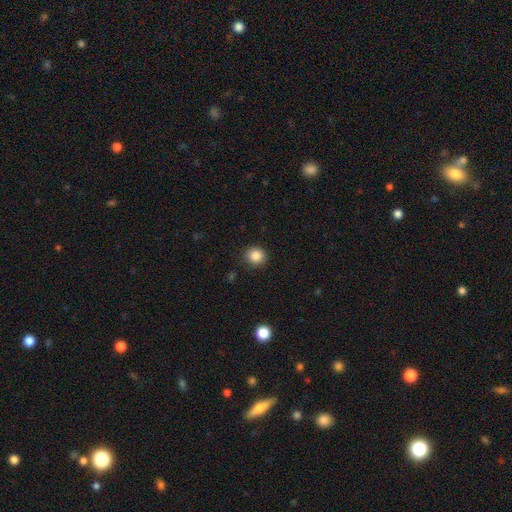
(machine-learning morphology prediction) The model was most divided on "smooth or featured": smooth: 86%, star or artifact: 10%, featured or disk: 4%. More confident: how rounded — round (90%); merging — none (88%).